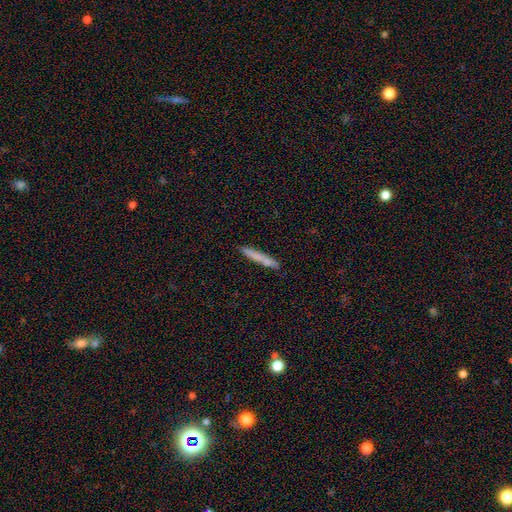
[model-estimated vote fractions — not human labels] The model was most divided on "smooth or featured": smooth: 72%, featured or disk: 21%, star or artifact: 6%. More confident: how rounded — cigar-shaped (95%); merging — none (82%).